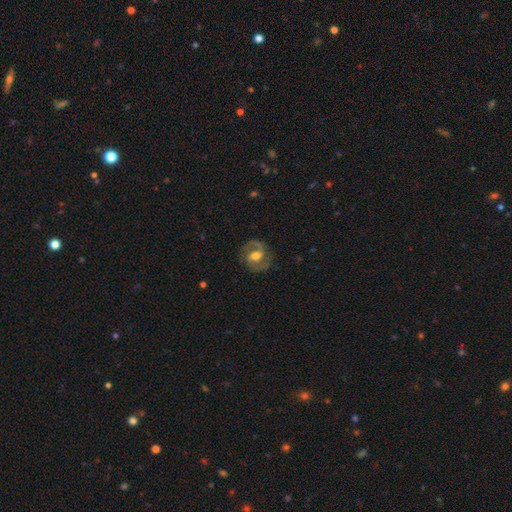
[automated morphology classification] type=featured or disk (79%); edge-on=no (97%); bar=weak (48%); spiral arms=yes (91%); winding=medium (53%); arm count=2 (88%); bulge=moderate (68%); merging=none (80%).